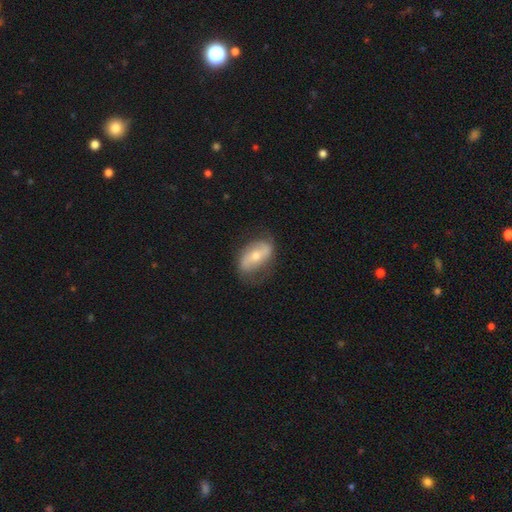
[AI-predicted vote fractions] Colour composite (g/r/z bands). It shows a featured or disk galaxy (61%) with no bar (35%), spiral arms (76%) and a moderate central bulge (55%). Merging: none (67%).